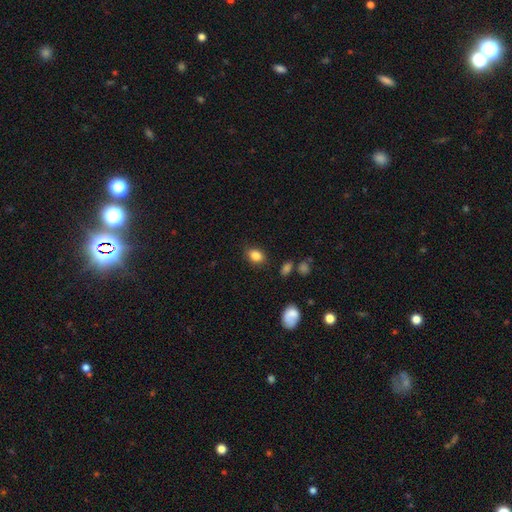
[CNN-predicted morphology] smooth-or-featured: smooth: 84% | star or artifact: 10% | featured or disk: 6%
  how-rounded: in between: 68% | round: 31% | cigar-shaped: 1%
  merging: none: 82% | minor disturbance: 13% | major disturbance: 3% | merger: 2%